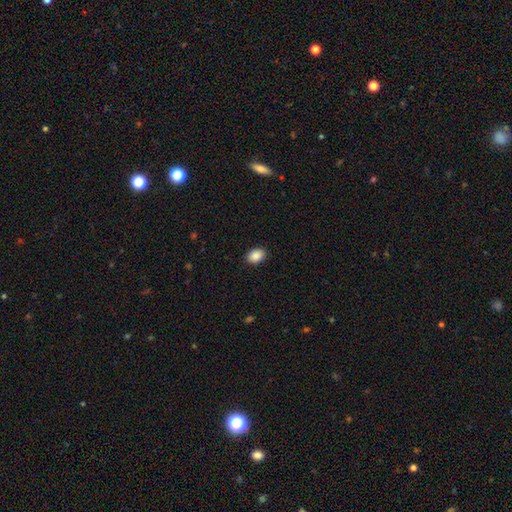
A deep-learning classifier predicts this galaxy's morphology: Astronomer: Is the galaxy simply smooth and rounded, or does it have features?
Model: smooth — 89%.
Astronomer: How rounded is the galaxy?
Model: in between — 80%.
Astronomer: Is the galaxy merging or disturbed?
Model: none — 90%.